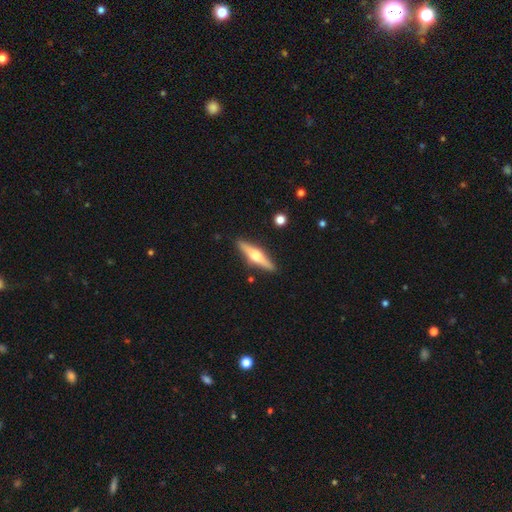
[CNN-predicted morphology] A featured or disk galaxy (64%) viewed edge-on (97%) with a rounded central bulge (91%). Merging: none (89%).